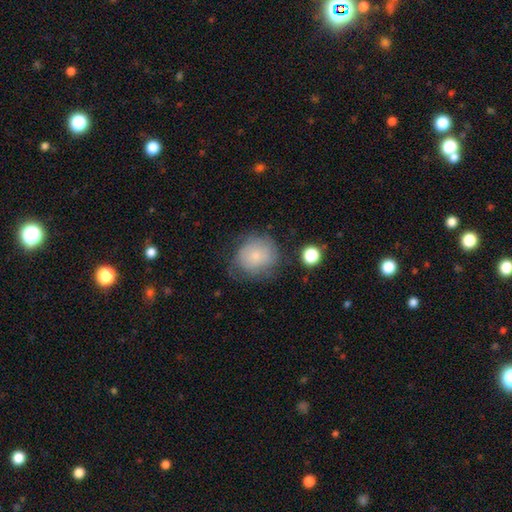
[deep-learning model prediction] Smooth or featured? smooth (71%)
How rounded? round (83%)
Merging? none (60%)